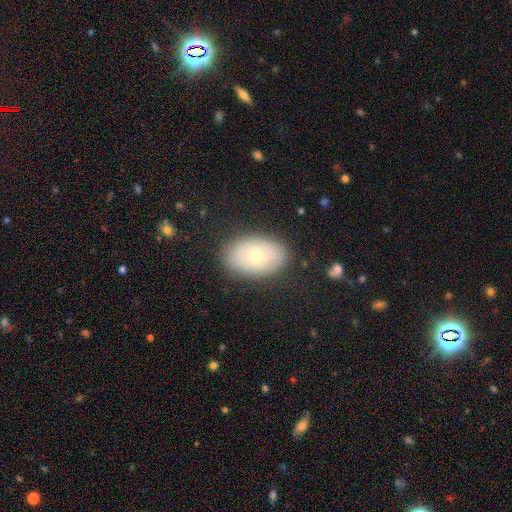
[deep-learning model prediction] The model was most divided on "smooth or featured": smooth: 55%, featured or disk: 37%, star or artifact: 8%. More confident: how rounded — in between (85%); merging — none (84%).